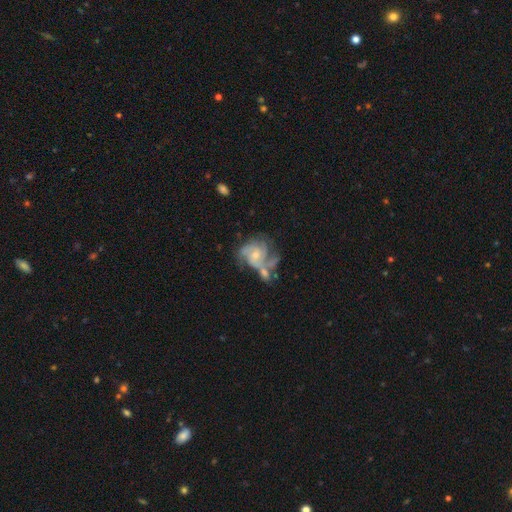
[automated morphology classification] smooth_or_featured: featured or disk (p=0.84) [alt: smooth p=0.10]
disk_edge_on: no (p=0.98) [alt: yes p=0.02]
bar: no (p=0.66) [alt: weak p=0.29]
has_spiral_arms: yes (p=0.96) [alt: no p=0.04]
spiral_winding: medium (p=0.46) [alt: tight p=0.42]
spiral_arm_count: 3 (p=0.45) [alt: 2 p=0.23]
bulge_size: small (p=0.55) [alt: moderate p=0.38]
merging: none (p=0.35) [alt: merger p=0.30]